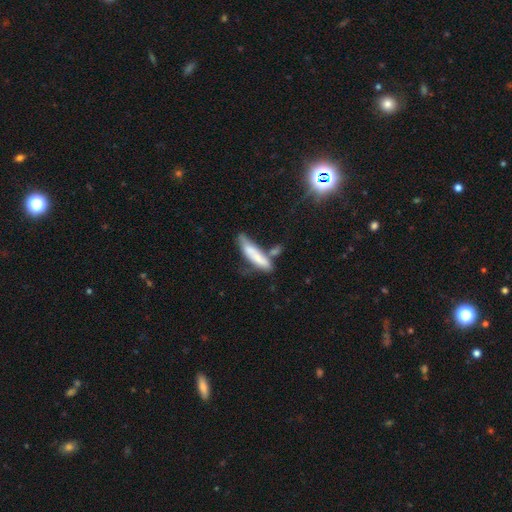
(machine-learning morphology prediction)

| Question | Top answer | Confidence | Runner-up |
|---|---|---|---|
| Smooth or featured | smooth | 67% | featured or disk (26%) |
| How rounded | cigar-shaped | 73% | in between (26%) |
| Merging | none | 38% | minor disturbance (26%) |